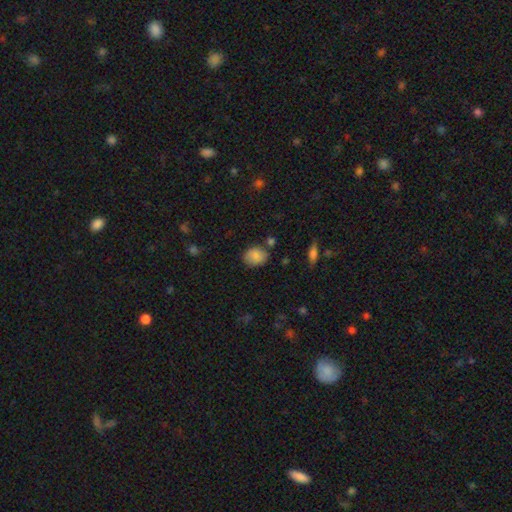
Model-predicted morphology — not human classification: Overall: smooth (85%). How rounded: round (49%, tied with in between). Merging: none (78%).